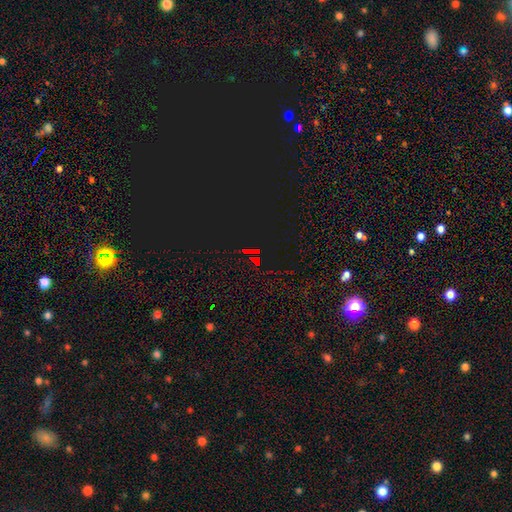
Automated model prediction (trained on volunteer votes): Q: Smooth or featured?
A: star or artifact (82%); runner-up: smooth (10%)